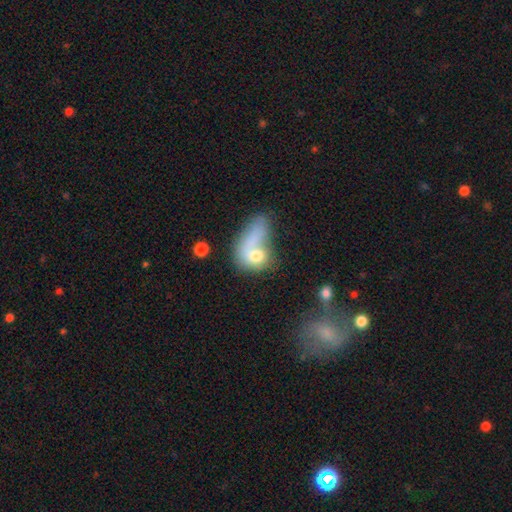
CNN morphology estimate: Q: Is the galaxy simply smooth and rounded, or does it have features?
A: smooth — 62%.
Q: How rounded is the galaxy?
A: in between — 63%.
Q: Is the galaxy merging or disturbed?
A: merger — 34%.